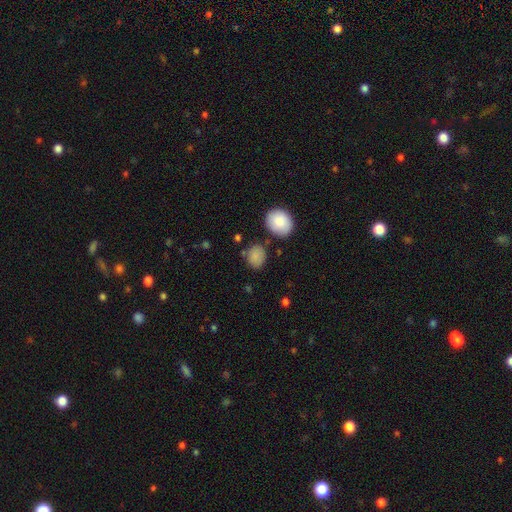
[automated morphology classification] The model was most divided on "how rounded": round: 59%, in between: 40%, cigar-shaped: 1%. More confident: smooth or featured — smooth (85%); merging — none (74%).